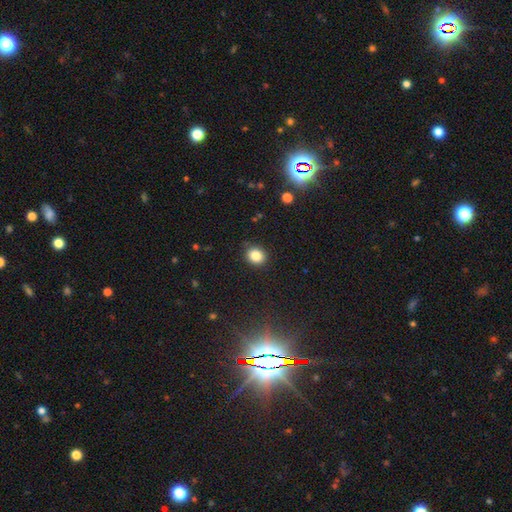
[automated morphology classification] Overall: smooth (85%). How rounded: round (71%). Merging: none (88%).